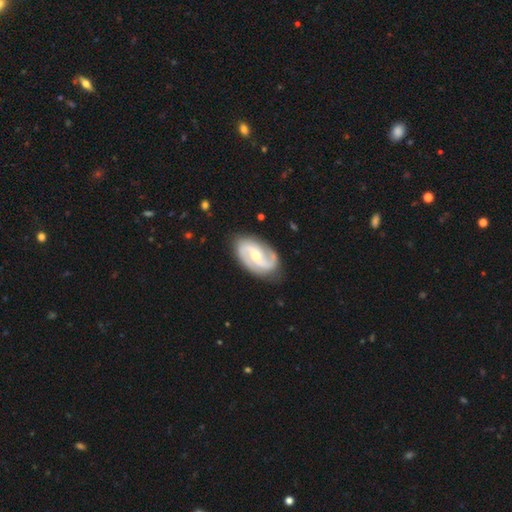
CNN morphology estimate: Overall: featured or disk (89%). Edge-on disk: no (97%). Bar: weak (43%; no 39%). Spiral arms: yes (97%). Spiral arm count: 2 (91%). Spiral winding: medium (51%; loose 25%). Bulge size: small (48%, tied with moderate). Merging: none (83%).